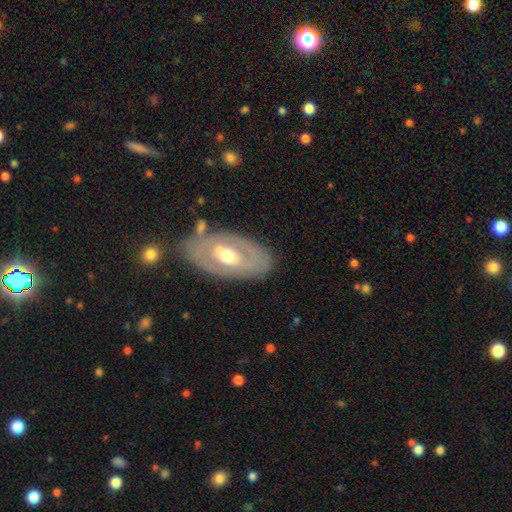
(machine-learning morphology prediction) Overall: featured or disk (67%; smooth 28%). Edge-on disk: no (89%). Bar: no (60%; weak 27%). Spiral arms: no (69%; yes 31%). Bulge size: moderate (75%). Merging: none (77%).